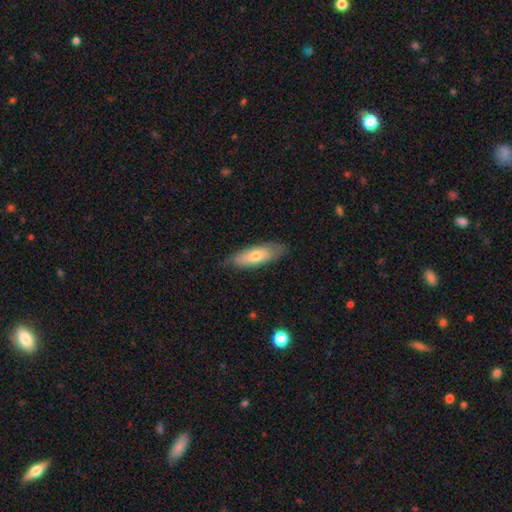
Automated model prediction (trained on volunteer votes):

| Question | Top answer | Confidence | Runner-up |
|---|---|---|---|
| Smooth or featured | smooth | 67% | featured or disk (27%) |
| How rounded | in between | 58% | cigar-shaped (40%) |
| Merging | none | 80% | minor disturbance (16%) |